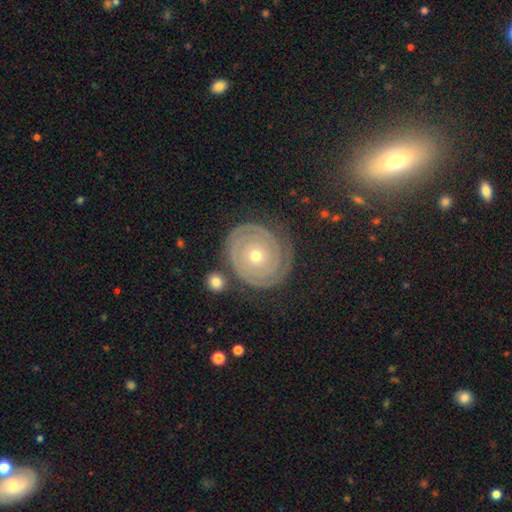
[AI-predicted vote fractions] Q: Smooth or featured?
A: featured or disk (84%); runner-up: smooth (9%)
Q: Edge-on disk?
A: no (97%); runner-up: yes (3%)
Q: Bar?
A: no (87%); runner-up: weak (10%)
Q: Spiral arms?
A: yes (92%); runner-up: no (8%)
Q: Spiral winding?
A: tight (90%); runner-up: medium (8%)
Q: Spiral arm count?
A: 2 (54%); runner-up: can't tell (22%)
Q: Bulge size?
A: small (60%); runner-up: moderate (37%)
Q: Merging?
A: none (83%); runner-up: minor disturbance (10%)